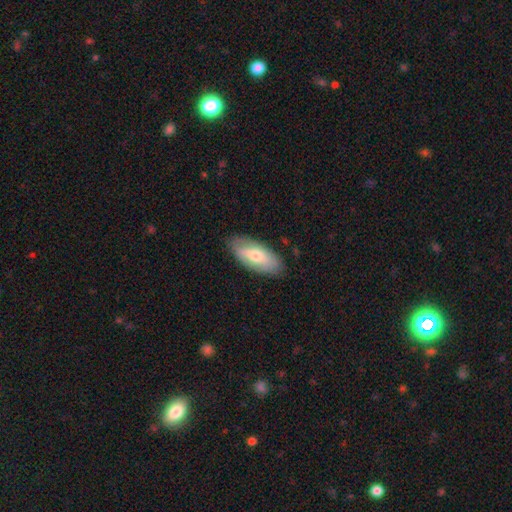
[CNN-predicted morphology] Smooth or featured: smooth — 62% (featured or disk — 33%)
How rounded: in between — 88% (cigar-shaped — 10%)
Merging: none — 81% (minor disturbance — 14%)